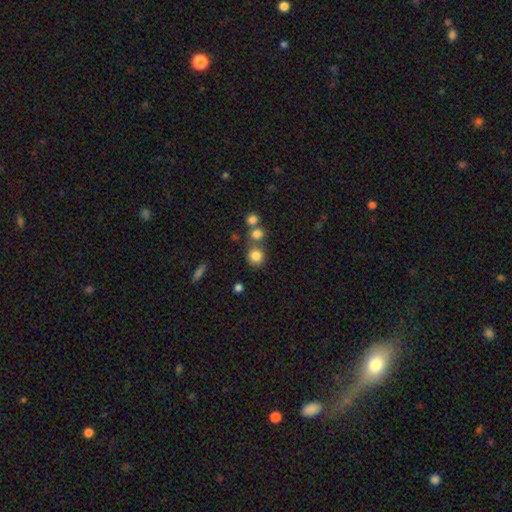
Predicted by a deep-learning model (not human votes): smooth-or-featured: smooth: 81% | star or artifact: 12% | featured or disk: 7%
  how-rounded: round: 86% | in between: 13% | cigar-shaped: 1%
  merging: none: 68% | merger: 19% | minor disturbance: 9% | major disturbance: 4%